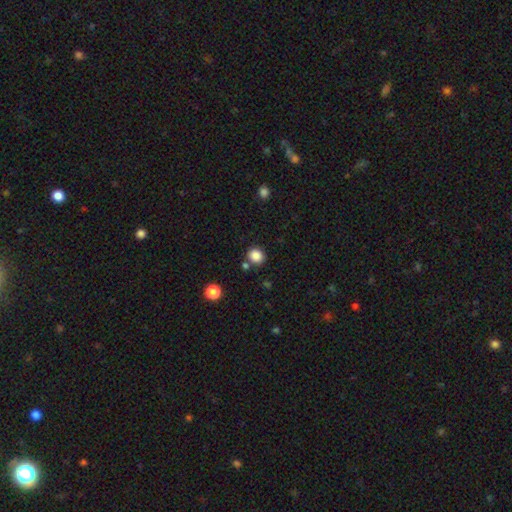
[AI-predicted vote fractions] Smooth or featured: smooth — 86% (star or artifact — 11%)
How rounded: round — 76% (in between — 23%)
Merging: none — 79% (minor disturbance — 9%)